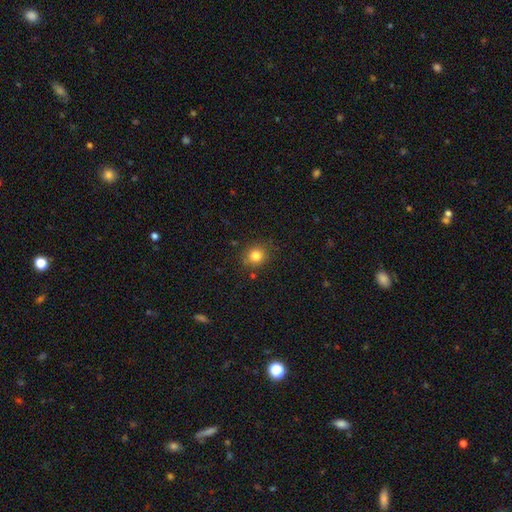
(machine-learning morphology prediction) The model was most divided on "how rounded": round: 82%, in between: 17%, cigar-shaped: 1%. More confident: merging — none (83%); smooth or featured — smooth (81%).